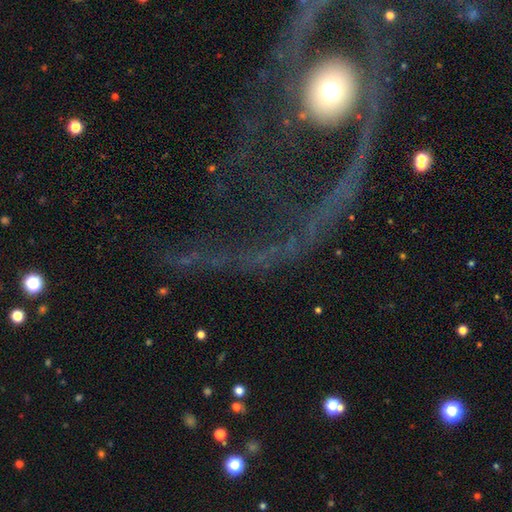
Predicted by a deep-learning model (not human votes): smooth_or_featured: featured or disk (p=0.49) [alt: star or artifact p=0.31]
merging: none (p=0.46) [alt: major disturbance p=0.36]